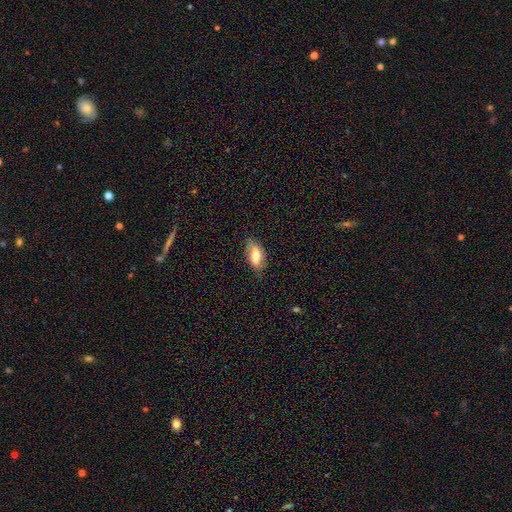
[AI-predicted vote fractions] Smooth or featured: smooth — 69% (featured or disk — 24%)
How rounded: in between — 90% (cigar-shaped — 6%)
Merging: none — 73% (minor disturbance — 22%)